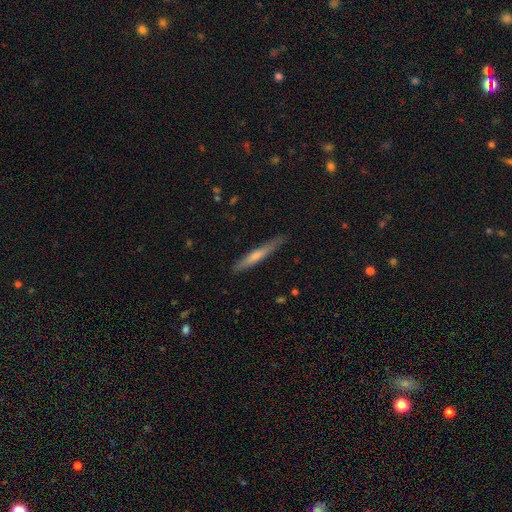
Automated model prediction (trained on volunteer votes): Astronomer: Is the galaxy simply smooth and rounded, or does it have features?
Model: smooth — 52% (runner-up: featured or disk, 43%).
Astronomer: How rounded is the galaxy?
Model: cigar-shaped — 95%.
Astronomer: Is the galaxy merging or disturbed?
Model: none — 84%.